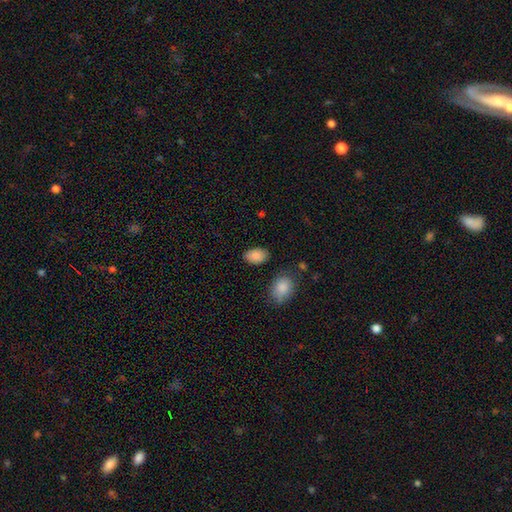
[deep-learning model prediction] This appears to be a smooth galaxy with no disk features (89%) that is in between round and cigar-shaped (90%). Merging: none (83%).